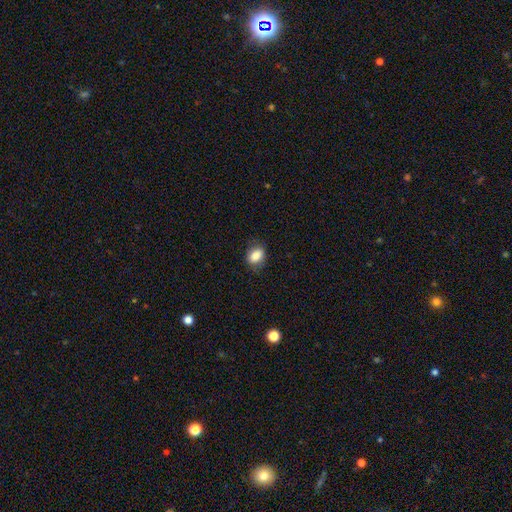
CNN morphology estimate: This is clearly a smooth galaxy (85%). How rounded: likely in between (74%). Merging: clearly none (80%).